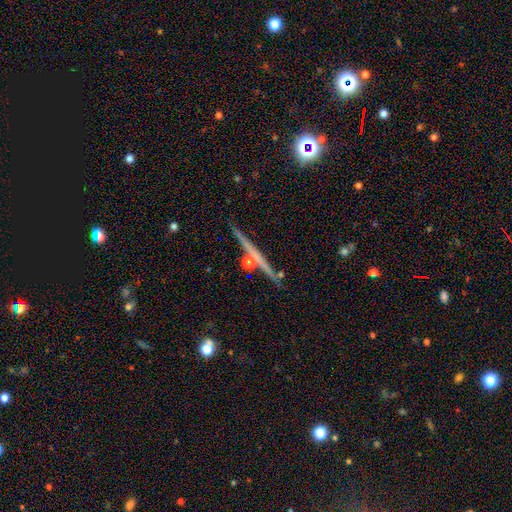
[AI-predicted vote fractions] A featured or disk galaxy (75%) viewed edge-on (97%) with a rounded central bulge (61%).

Vote fractions:
- Smooth or featured? featured or disk: 75% / smooth: 16% / star or artifact: 9%
- Edge-on disk? yes: 97% / no: 3%
- Edge-on bulge? rounded: 61% / none: 31% / boxy: 7%
- Merging? none: 84% / minor disturbance: 8% / merger: 5% / major disturbance: 2%